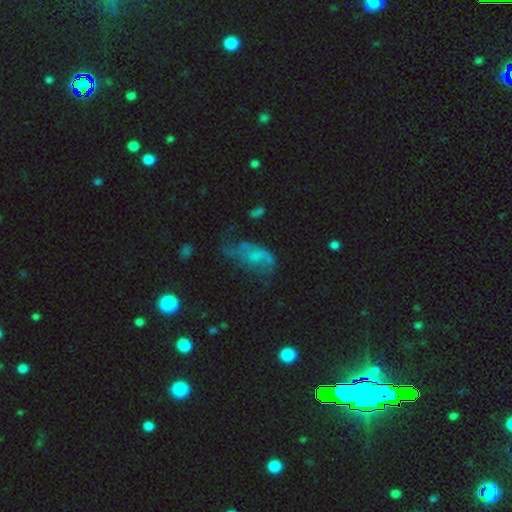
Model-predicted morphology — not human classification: Smooth or featured: featured or disk — 47% (smooth — 38%)
Merging: major disturbance — 37% (none — 32%)